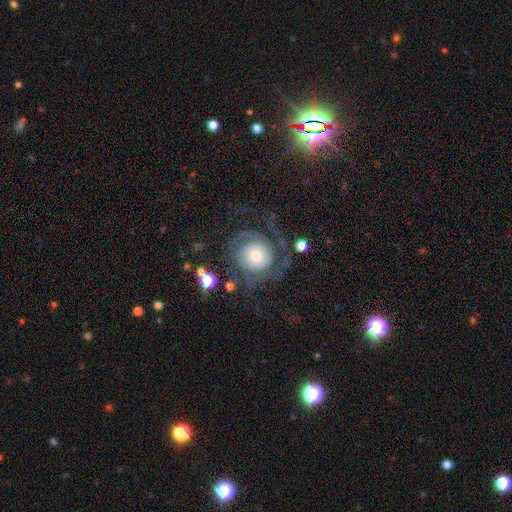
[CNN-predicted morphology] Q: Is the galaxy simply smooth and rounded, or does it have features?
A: featured or disk — 75%.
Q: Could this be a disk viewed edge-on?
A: no — 98%.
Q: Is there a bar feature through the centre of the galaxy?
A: no — 70%.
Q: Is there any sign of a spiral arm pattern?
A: yes — 90%.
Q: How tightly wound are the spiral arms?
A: tight — 45%.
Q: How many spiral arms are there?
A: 2 — 42%.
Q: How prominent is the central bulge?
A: moderate — 47%.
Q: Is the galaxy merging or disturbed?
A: none — 60%.